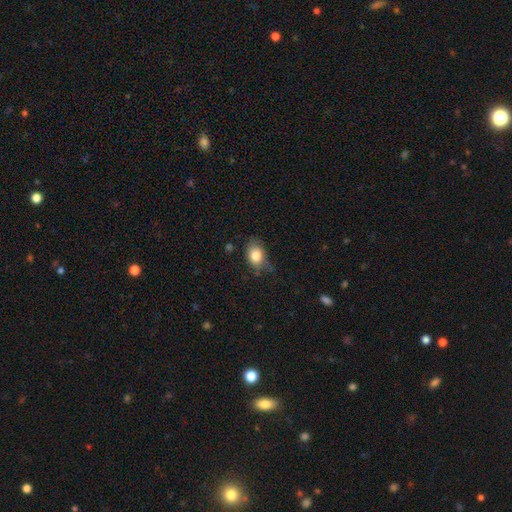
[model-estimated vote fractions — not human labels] A smooth galaxy with no disk features (83%) that is in between round and cigar-shaped (70%).

Vote fractions:
- Smooth or featured? smooth: 83% / featured or disk: 9% / star or artifact: 9%
- How rounded? in between: 70% / round: 29% / cigar-shaped: 1%
- Merging? none: 59% / minor disturbance: 31% / major disturbance: 8% / merger: 2%